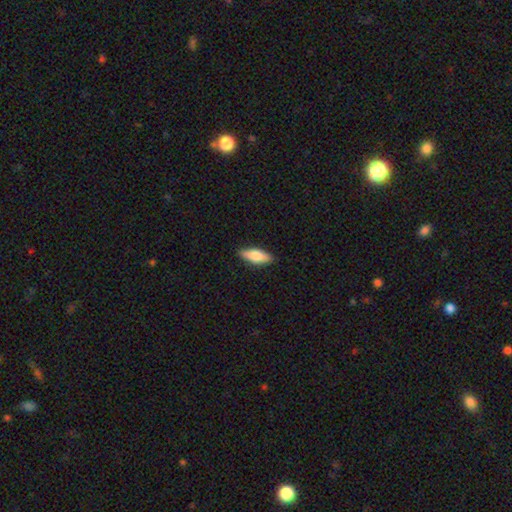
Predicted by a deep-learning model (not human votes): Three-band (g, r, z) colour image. It shows a smooth galaxy with no disk features (71%) that is in between round and cigar-shaped (62%). Merging: none (88%).